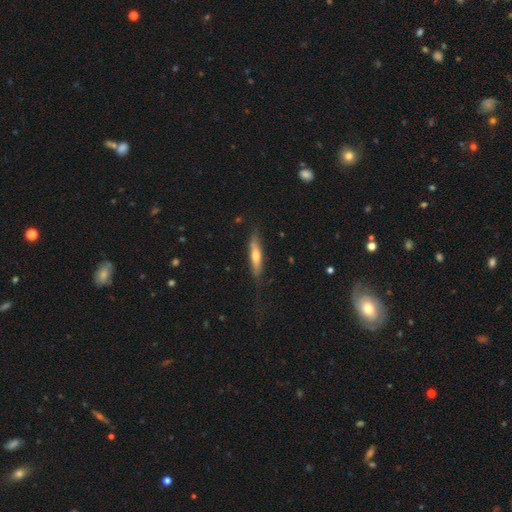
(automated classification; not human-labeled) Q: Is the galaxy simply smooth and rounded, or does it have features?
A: smooth — 54%.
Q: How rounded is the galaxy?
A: cigar-shaped — 81%.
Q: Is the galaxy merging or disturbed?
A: none — 70%.